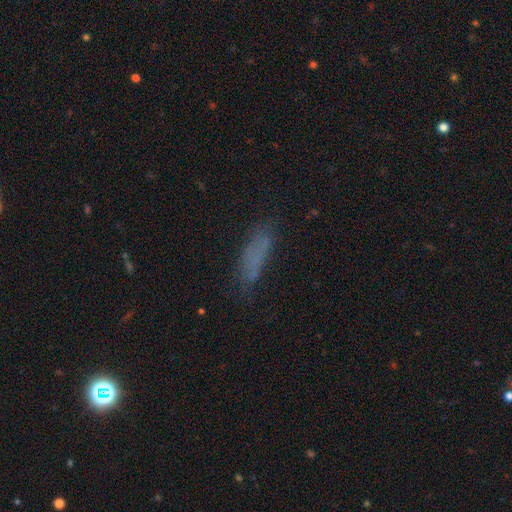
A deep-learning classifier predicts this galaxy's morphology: Smooth or featured?
  - smooth: 66% *
  - featured or disk: 18%
  - star or artifact: 16%
How rounded?
  - cigar-shaped: 60% *
  - in between: 37%
  - round: 2%
Merging?
  - none: 68% *
  - minor disturbance: 20%
  - major disturbance: 10%
  - merger: 2%